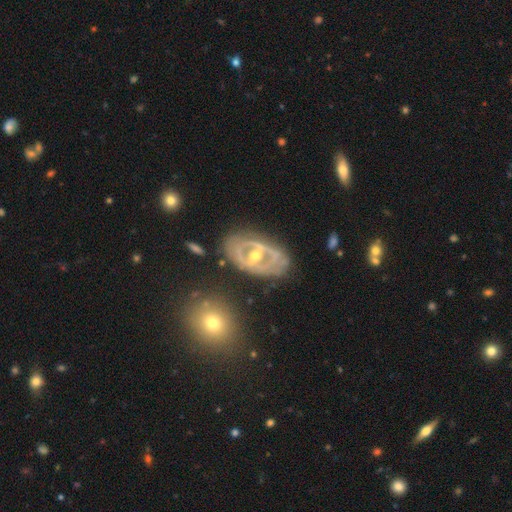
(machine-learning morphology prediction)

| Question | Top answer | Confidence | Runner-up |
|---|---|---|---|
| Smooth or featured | featured or disk | 81% | smooth (13%) |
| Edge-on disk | no | 93% | yes (7%) |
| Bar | strong | 38% | weak (32%) |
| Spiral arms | no | 55% | yes (45%) |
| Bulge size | moderate | 67% | small (27%) |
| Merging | none | 70% | minor disturbance (18%) |